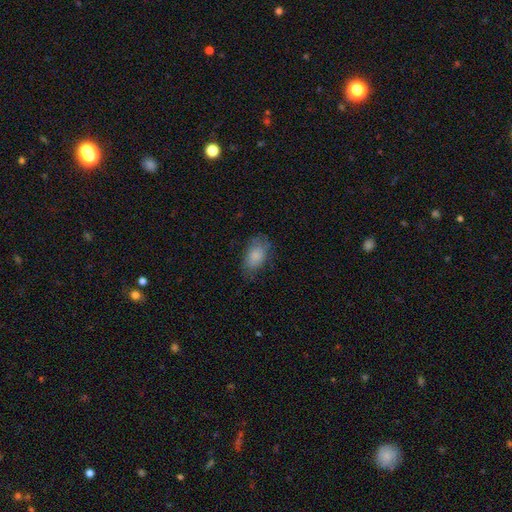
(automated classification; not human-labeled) Overall: smooth (82%). How rounded: in between (89%). Merging: none (68%).